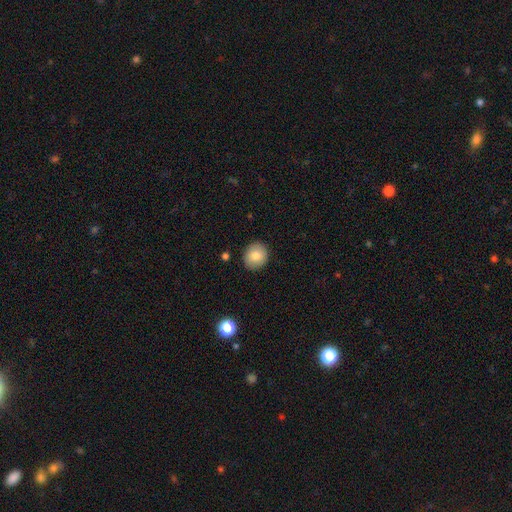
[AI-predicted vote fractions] smooth 83%, featured or disk 9%, star or artifact 8%. Down the decision tree: how rounded — round (80%); merging — none (89%).